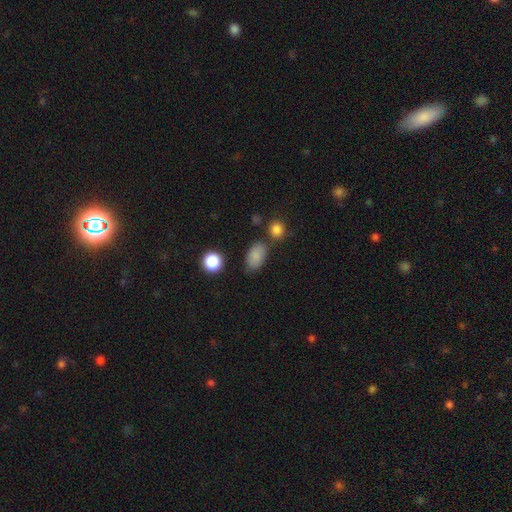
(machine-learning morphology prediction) type=smooth (84%); roundness=in between (88%); merging=none (69%).